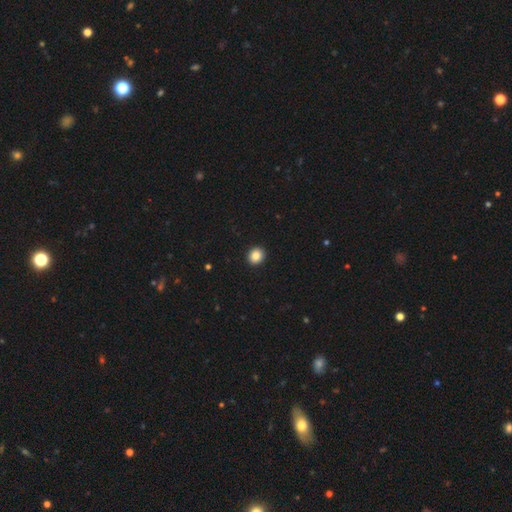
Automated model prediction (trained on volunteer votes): smooth_or_featured: smooth (p=0.86) [alt: star or artifact p=0.09]
how_rounded: round (p=0.79) [alt: in between p=0.20]
merging: none (p=0.93) [alt: minor disturbance p=0.04]